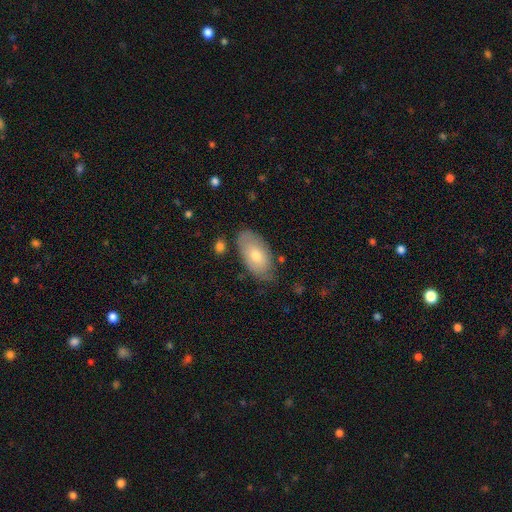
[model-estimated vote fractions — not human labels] smooth_or_featured: smooth (p=0.63) [alt: featured or disk p=0.30]
how_rounded: in between (p=0.94) [alt: round p=0.04]
merging: none (p=0.72) [alt: minor disturbance p=0.21]